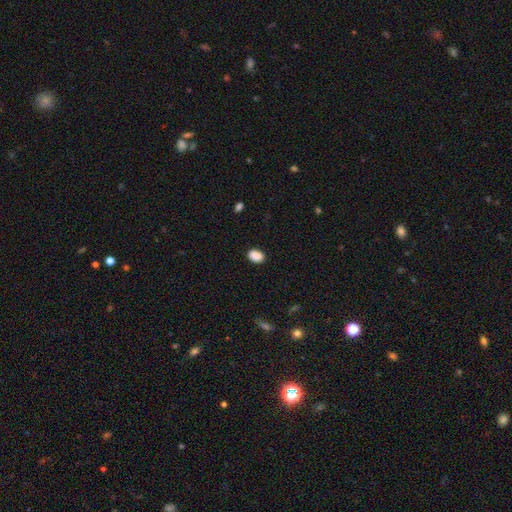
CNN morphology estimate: A smooth galaxy with no disk features (89%) that is in between round and cigar-shaped (75%). Merging: none (87%).